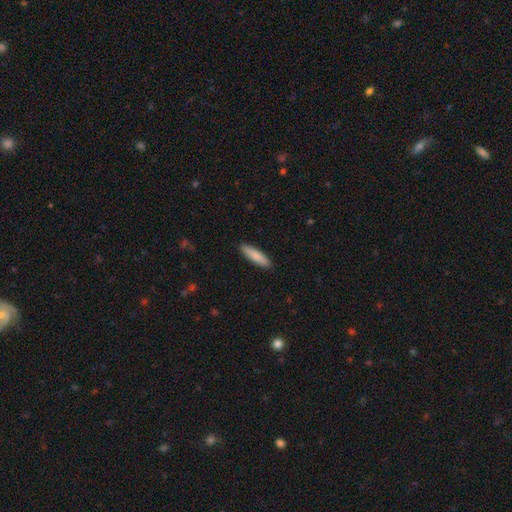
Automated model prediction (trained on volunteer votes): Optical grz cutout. It shows a smooth galaxy with no disk features (85%) that is cigar-shaped (77%). Merging: none (91%).